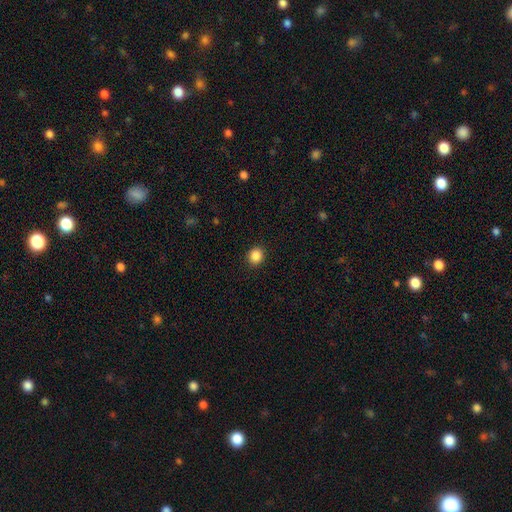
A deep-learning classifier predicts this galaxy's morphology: Smooth or featured? smooth (87%)
How rounded? round (85%)
Merging? none (92%)